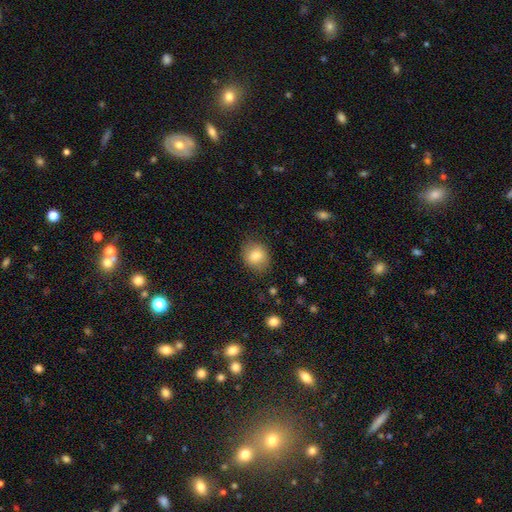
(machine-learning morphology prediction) smooth-or-featured: smooth: 81% | featured or disk: 11% | star or artifact: 9%
  how-rounded: round: 64% | in between: 35% | cigar-shaped: 1%
  merging: none: 81% | minor disturbance: 14% | major disturbance: 4% | merger: 1%